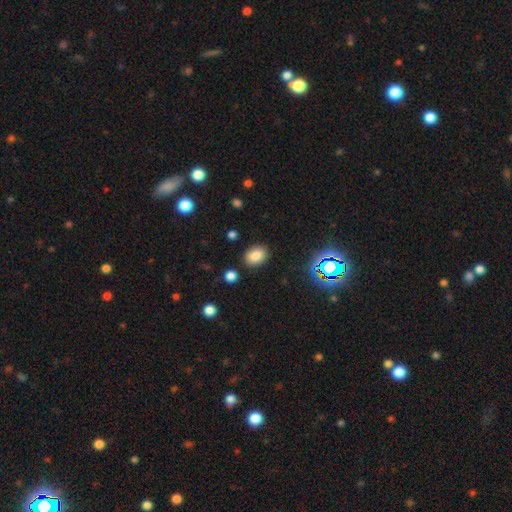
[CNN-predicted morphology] This is clearly a smooth galaxy (81%). How rounded: likely in between (71%). Merging: clearly none (85%).